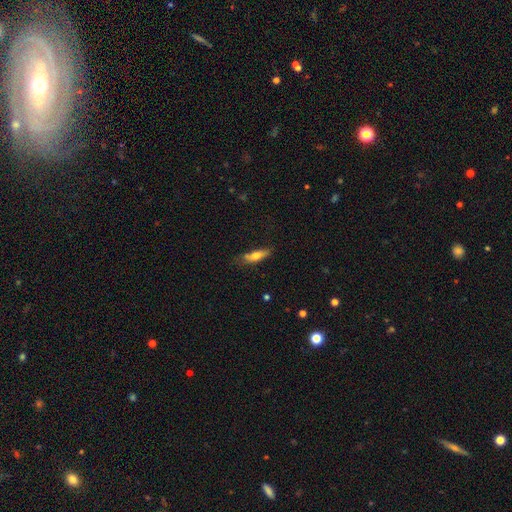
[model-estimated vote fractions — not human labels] Smooth or featured? smooth (66%)
How rounded? cigar-shaped (56%)
Merging? none (63%)